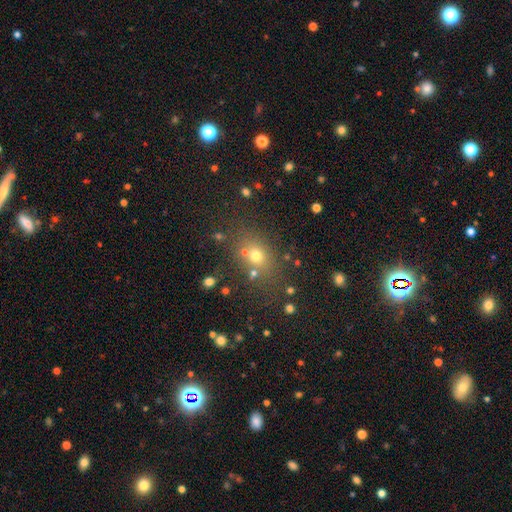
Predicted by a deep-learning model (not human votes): The model was most divided on "how rounded": round: 52%, in between: 46%, cigar-shaped: 2%. More confident: merging — none (72%); smooth or featured — smooth (64%).